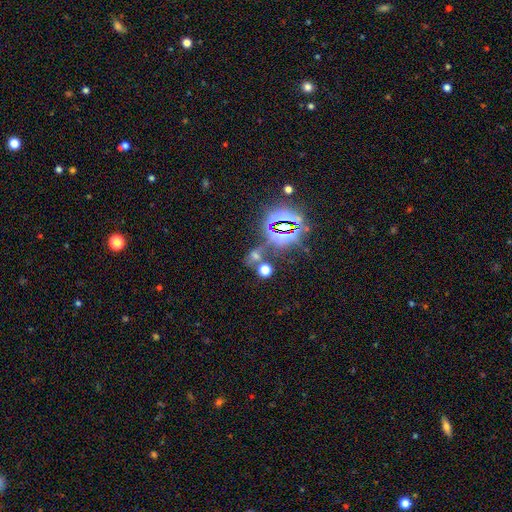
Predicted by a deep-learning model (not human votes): Smooth or featured?
  - star or artifact: 53% *
  - smooth: 35%
  - featured or disk: 11%